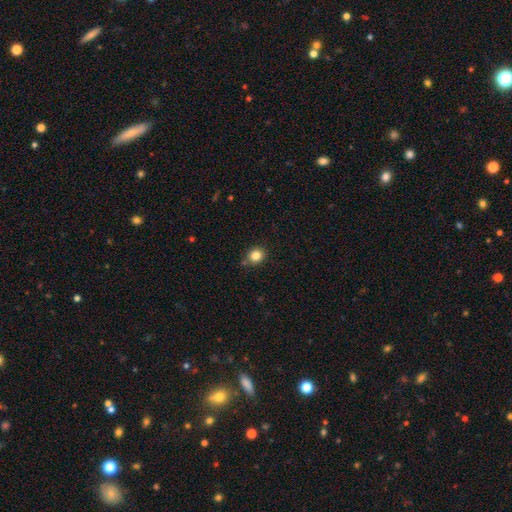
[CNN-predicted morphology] Overall: smooth (83%). How rounded: round (77%). Merging: none (80%).